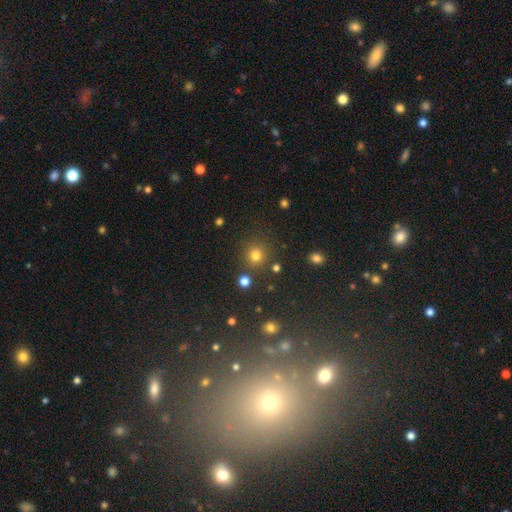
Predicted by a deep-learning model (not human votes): Smooth or featured?
  - smooth: 77% *
  - star or artifact: 17%
  - featured or disk: 5%
How rounded?
  - round: 91% *
  - in between: 8%
  - cigar-shaped: 1%
Merging?
  - none: 83% *
  - minor disturbance: 8%
  - merger: 6%
  - major disturbance: 4%